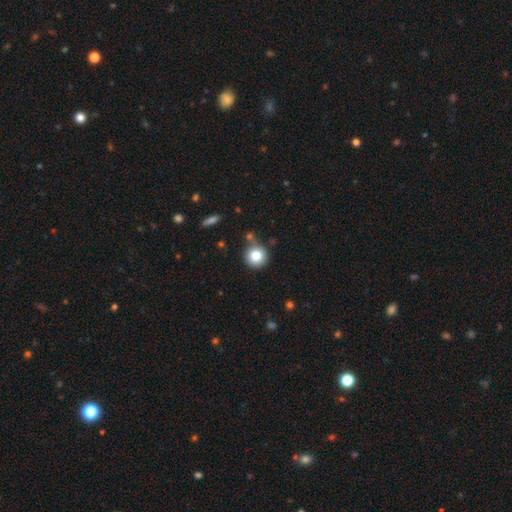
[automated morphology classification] type=smooth (81%); roundness=round (94%); merging=none (77%).